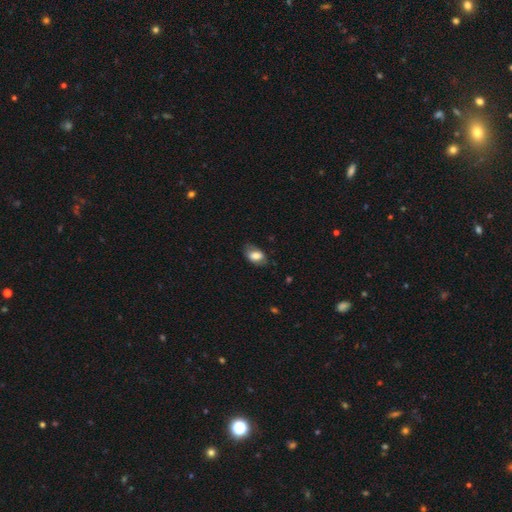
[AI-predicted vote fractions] Q: Smooth or featured?
A: smooth (75%); runner-up: featured or disk (17%)
Q: How rounded?
A: in between (88%); runner-up: round (10%)
Q: Merging?
A: none (64%); runner-up: minor disturbance (25%)